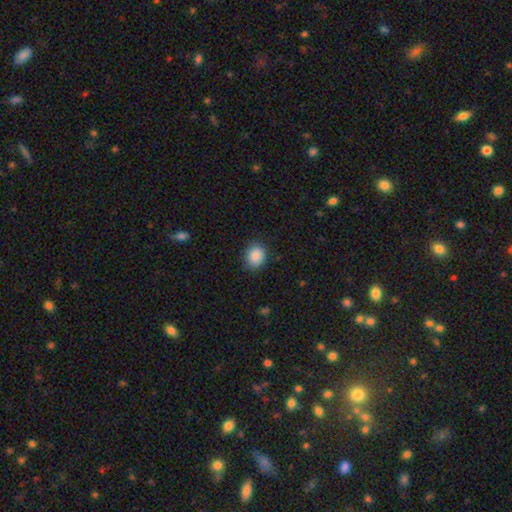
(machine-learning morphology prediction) Q: Smooth or featured?
A: smooth (88%); runner-up: star or artifact (8%)
Q: How rounded?
A: round (58%); runner-up: in between (41%)
Q: Merging?
A: none (85%); runner-up: minor disturbance (11%)